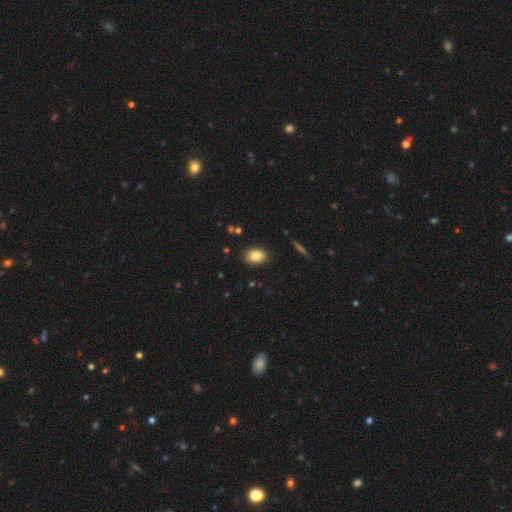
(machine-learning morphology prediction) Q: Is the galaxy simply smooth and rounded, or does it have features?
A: smooth — 84%.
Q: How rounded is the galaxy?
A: in between — 78%.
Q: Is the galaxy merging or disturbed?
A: none — 89%.